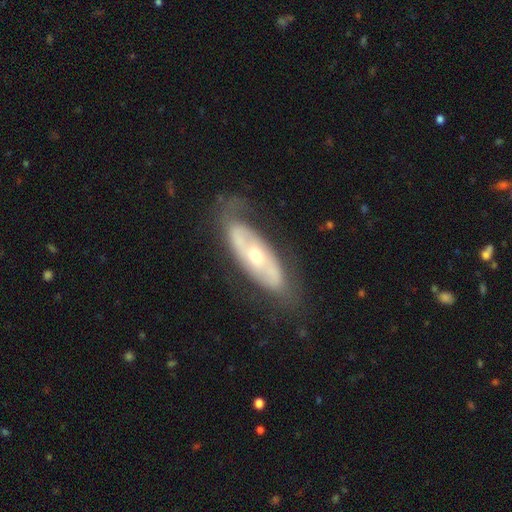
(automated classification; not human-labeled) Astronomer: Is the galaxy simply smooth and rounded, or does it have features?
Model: featured or disk — 71%.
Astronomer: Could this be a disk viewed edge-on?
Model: no — 83%.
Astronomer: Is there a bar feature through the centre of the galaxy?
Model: no — 69%.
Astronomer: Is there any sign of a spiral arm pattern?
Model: yes — 56% (runner-up: no, 44%).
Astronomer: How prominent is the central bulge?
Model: moderate — 55% (runner-up: small, 39%).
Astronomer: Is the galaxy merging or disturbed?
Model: none — 70%.